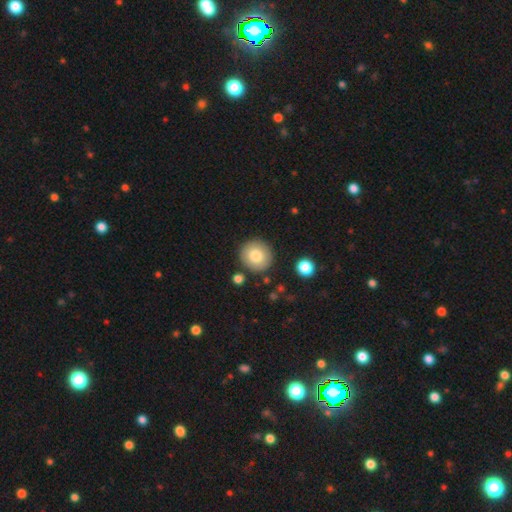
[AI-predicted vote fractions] A smooth galaxy with no disk features (80%) that is round (93%).

Vote fractions:
- Smooth or featured? smooth: 80% / featured or disk: 11% / star or artifact: 8%
- How rounded? round: 93% / in between: 6% / cigar-shaped: 1%
- Merging? none: 87% / minor disturbance: 8% / merger: 3% / major disturbance: 2%